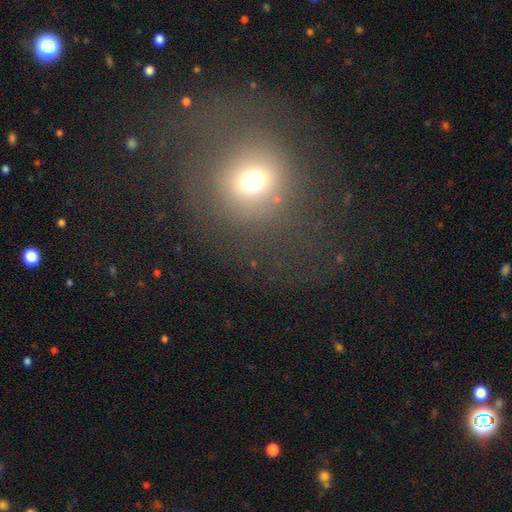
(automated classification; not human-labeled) Smooth or featured? smooth (54%)
How rounded? round (74%)
Merging? none (70%)